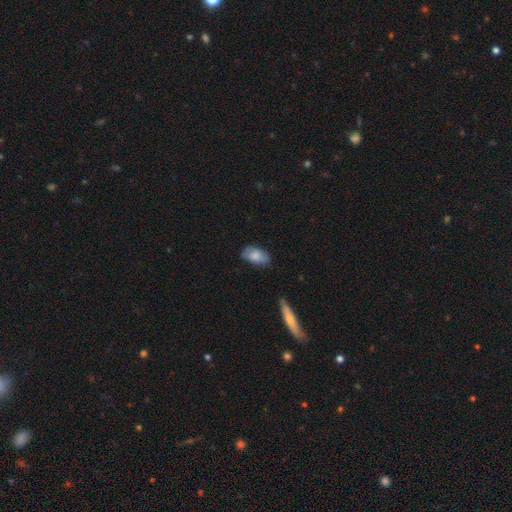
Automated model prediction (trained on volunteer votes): Overall: smooth (79%). How rounded: in between (93%). Merging: none (72%).